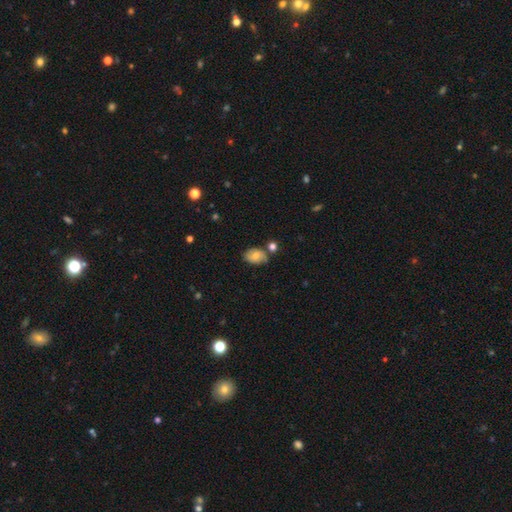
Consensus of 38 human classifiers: Volunteers were most divided on "smooth or featured": smooth: 71%, featured or disk: 21%, star or artifact: 8%. More confident: how rounded — in between (89%); merging — none (69%).